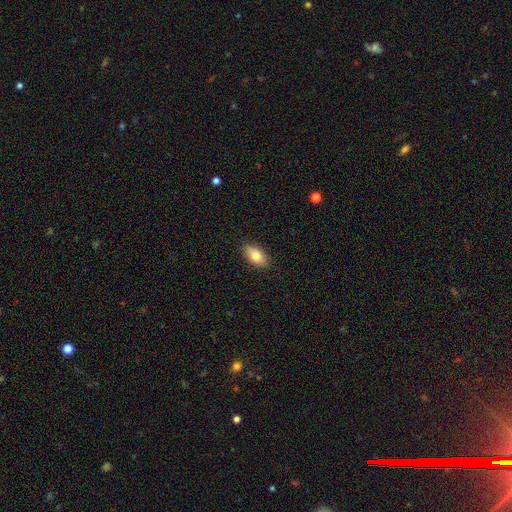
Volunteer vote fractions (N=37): Morphology: type=smooth (81%); roundness=in between (100%); merging=none (88%).